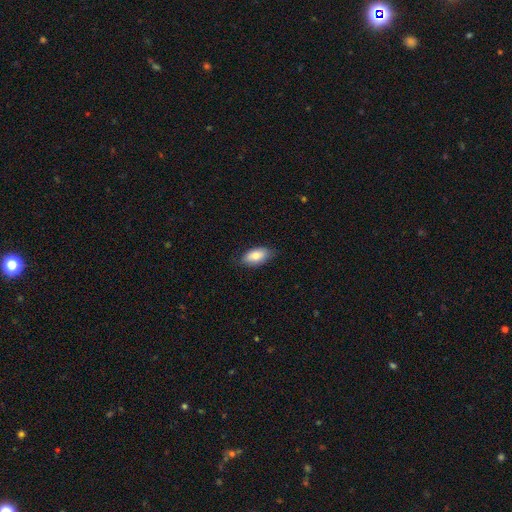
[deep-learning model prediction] This appears to be a smooth galaxy with no disk features (82%) that is in between round and cigar-shaped (93%). Merging: none (78%).